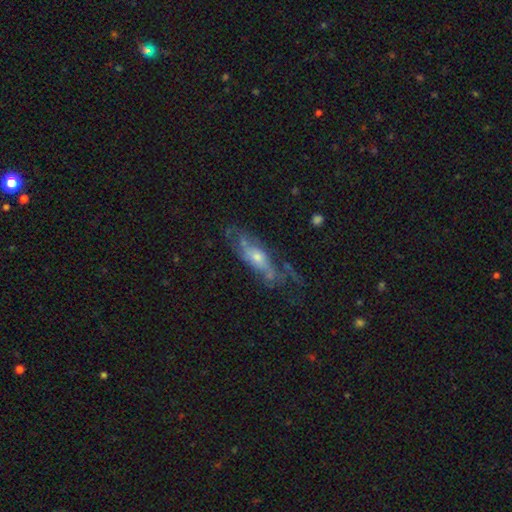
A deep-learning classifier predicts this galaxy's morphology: This appears to be a featured or disk galaxy (66%). Merging: none (46%).